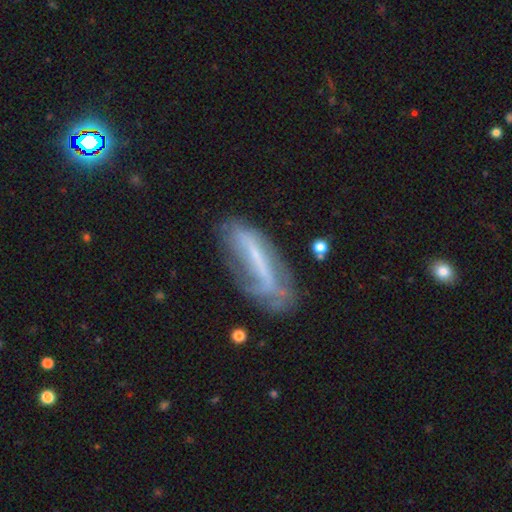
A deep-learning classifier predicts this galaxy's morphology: This appears to be a featured or disk galaxy (62%). Merging: none (51%).